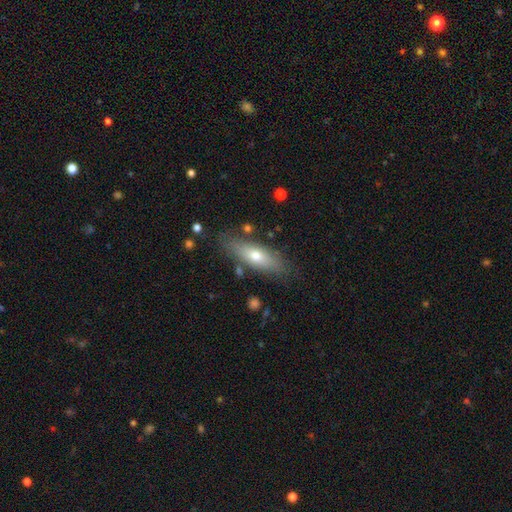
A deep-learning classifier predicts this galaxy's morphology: type=smooth (58%); roundness=in between (50%); merging=none (80%).